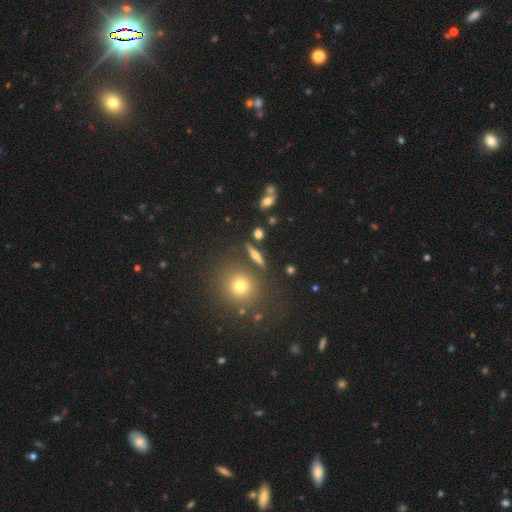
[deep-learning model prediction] This appears to be a featured or disk galaxy (48%). Merging: none (83%).